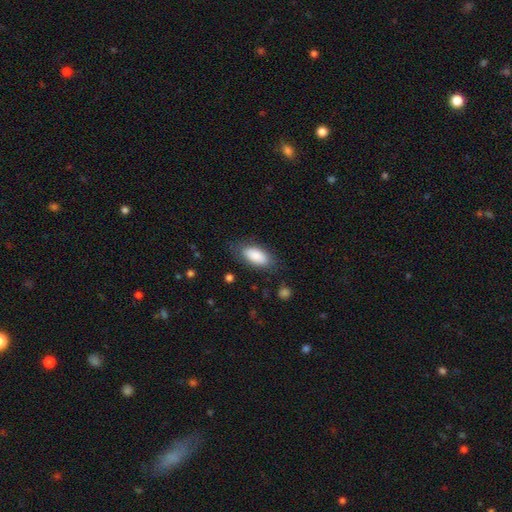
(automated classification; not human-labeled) Q: Smooth or featured?
A: smooth (86%); runner-up: featured or disk (8%)
Q: How rounded?
A: in between (88%); runner-up: cigar-shaped (10%)
Q: Merging?
A: none (77%); runner-up: minor disturbance (16%)